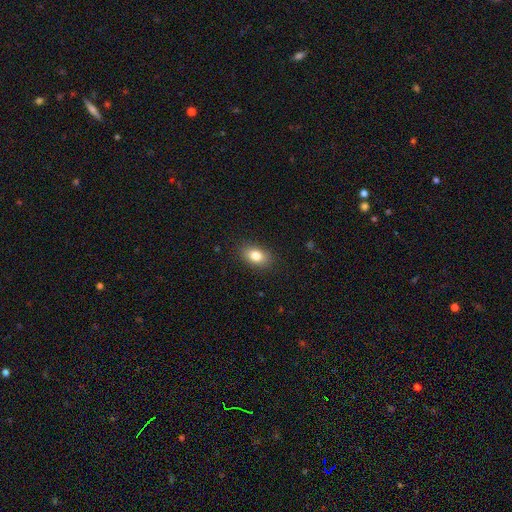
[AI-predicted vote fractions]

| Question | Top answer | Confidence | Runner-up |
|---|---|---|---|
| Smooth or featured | smooth | 83% | star or artifact (9%) |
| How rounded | in between | 84% | round (14%) |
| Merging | none | 87% | minor disturbance (9%) |